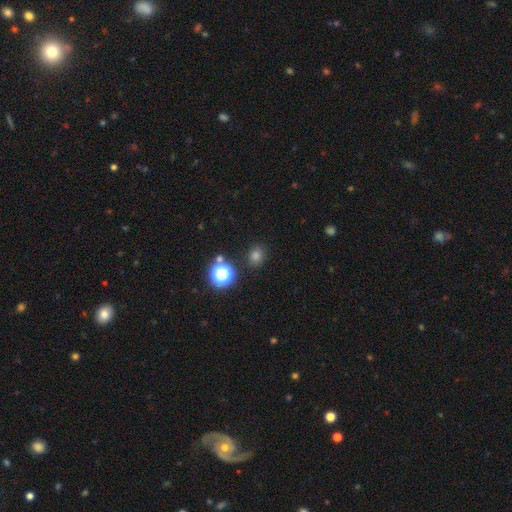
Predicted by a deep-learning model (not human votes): Smooth or featured?
  - smooth: 70% *
  - star or artifact: 25%
  - featured or disk: 5%
How rounded?
  - round: 76% *
  - in between: 23%
  - cigar-shaped: 1%
Merging?
  - none: 87% *
  - minor disturbance: 7%
  - merger: 3%
  - major disturbance: 3%